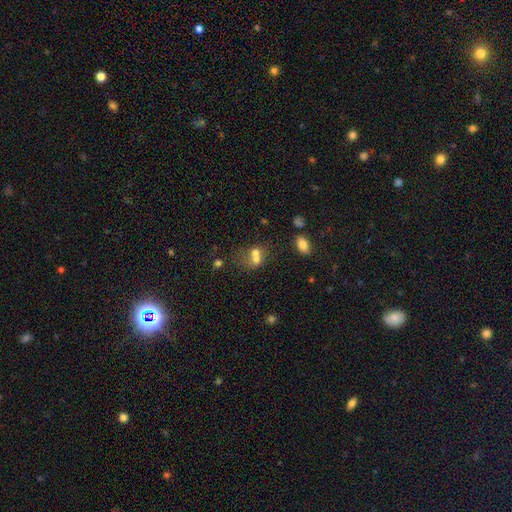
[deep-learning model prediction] A smooth galaxy with no disk features (65%) that is round (53%). Merging: merger (64%).